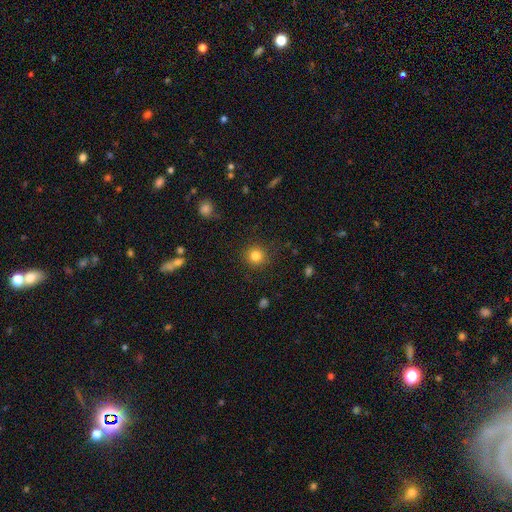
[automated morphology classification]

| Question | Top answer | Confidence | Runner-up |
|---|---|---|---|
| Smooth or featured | smooth | 82% | star or artifact (12%) |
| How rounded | round | 93% | in between (6%) |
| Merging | none | 90% | minor disturbance (7%) |